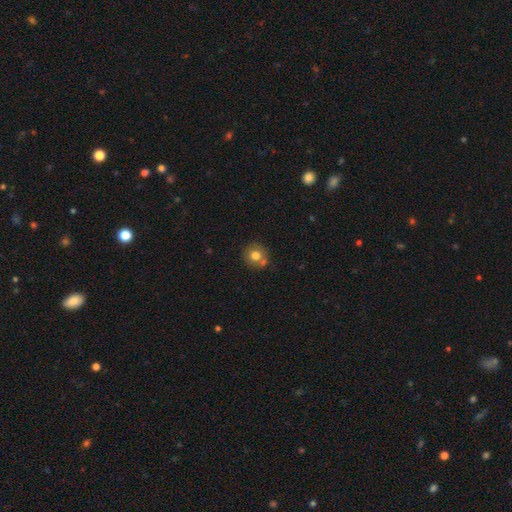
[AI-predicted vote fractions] A smooth galaxy with no disk features (75%) that is round (89%).

Vote fractions:
- Smooth or featured? smooth: 75% / featured or disk: 15% / star or artifact: 11%
- How rounded? round: 89% / in between: 10% / cigar-shaped: 1%
- Merging? none: 67% / merger: 19% / minor disturbance: 11% / major disturbance: 3%